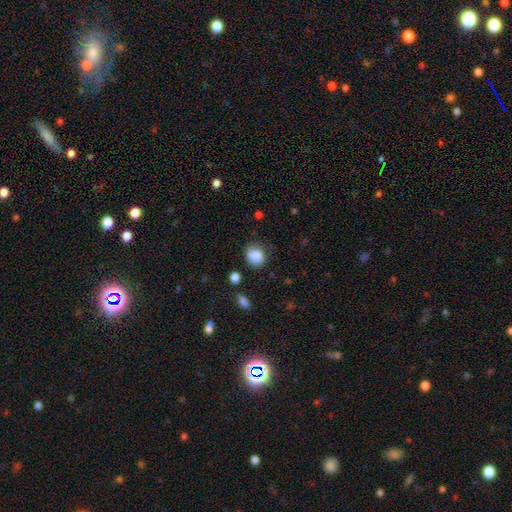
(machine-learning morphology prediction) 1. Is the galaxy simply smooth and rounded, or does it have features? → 82% smooth, 9% featured or disk, 9% star or artifact.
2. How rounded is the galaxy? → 68% round, 31% in between, 1% cigar-shaped.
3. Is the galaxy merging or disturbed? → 58% none, 28% minor disturbance, 10% major disturbance, 4% merger.